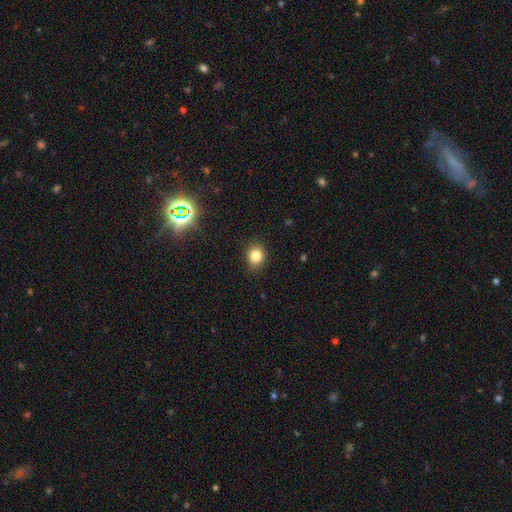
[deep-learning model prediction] Smooth or featured: smooth — 82% (star or artifact — 12%)
How rounded: round — 69% (in between — 30%)
Merging: none — 88% (minor disturbance — 8%)